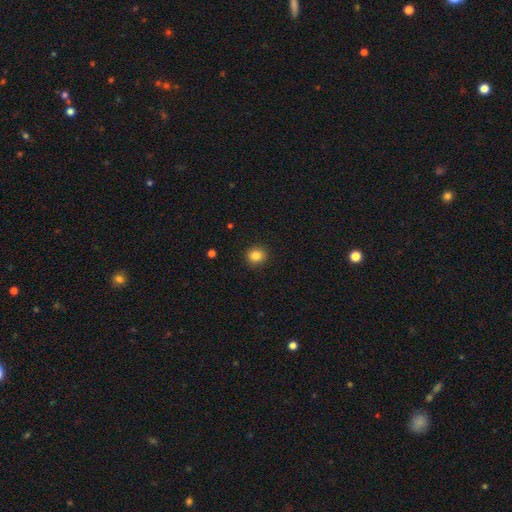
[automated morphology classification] smooth 85%, star or artifact 11%, featured or disk 5%. Down the decision tree: how rounded — round (81%); merging — none (91%).